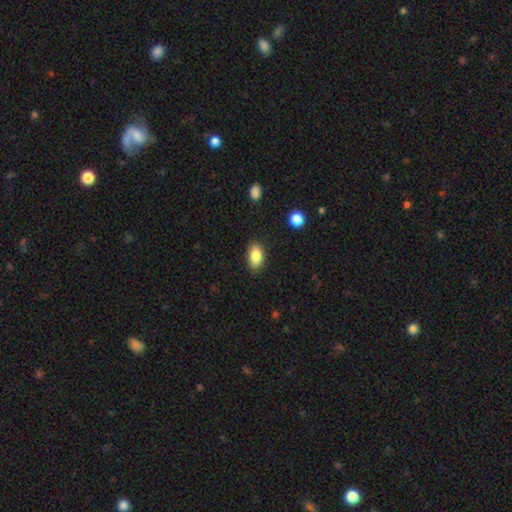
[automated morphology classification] Overall: smooth (85%). How rounded: in between (91%). Merging: none (86%).